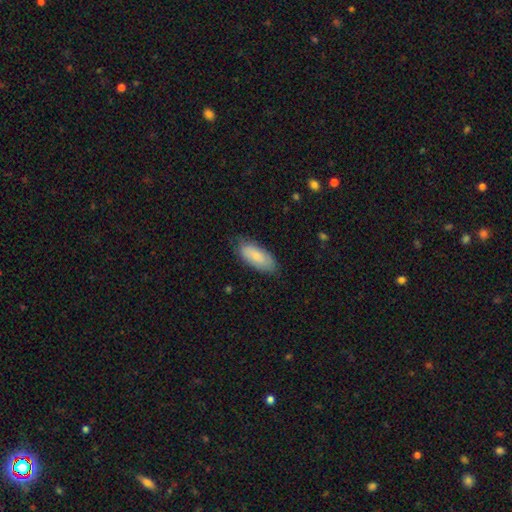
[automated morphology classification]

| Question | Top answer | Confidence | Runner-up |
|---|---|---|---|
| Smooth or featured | smooth | 80% | featured or disk (14%) |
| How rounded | in between | 84% | cigar-shaped (14%) |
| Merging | none | 77% | minor disturbance (19%) |